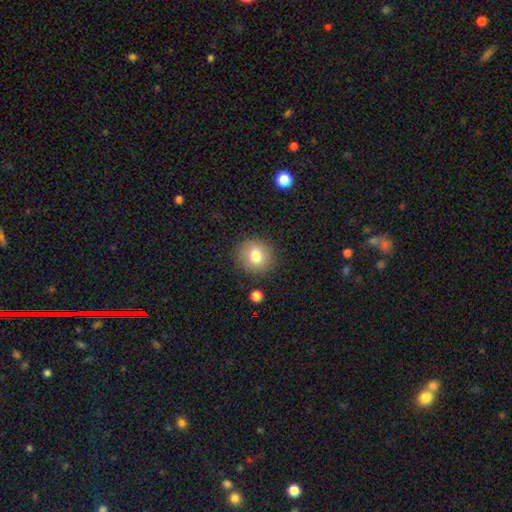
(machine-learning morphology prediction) Smooth or featured?
  - smooth: 78% *
  - featured or disk: 11%
  - star or artifact: 10%
How rounded?
  - round: 86% *
  - in between: 13%
  - cigar-shaped: 1%
Merging?
  - none: 87% *
  - minor disturbance: 8%
  - major disturbance: 3%
  - merger: 2%